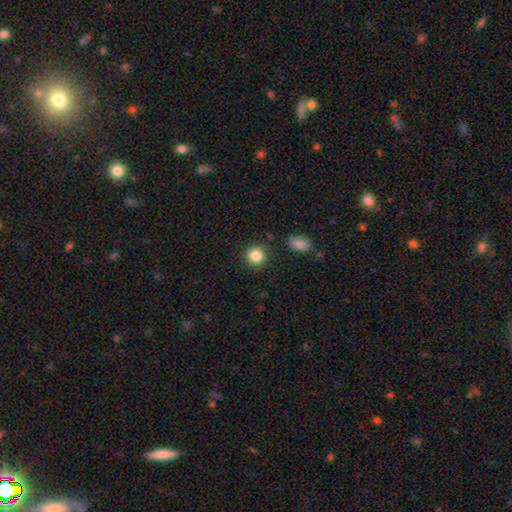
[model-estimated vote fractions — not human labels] A smooth galaxy with no disk features (85%) that is round (91%). Merging: none (88%).